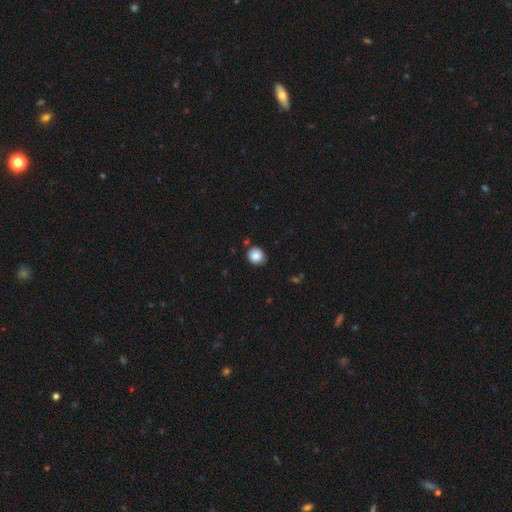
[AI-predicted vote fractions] Overall: smooth (87%). How rounded: round (83%). Merging: none (84%).